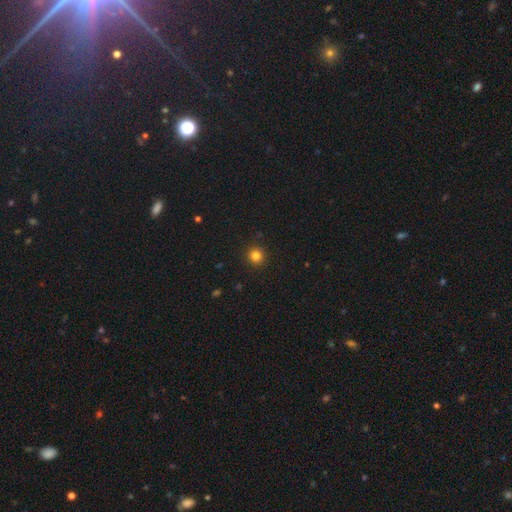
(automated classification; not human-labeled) Overall: smooth (82%). How rounded: round (95%). Merging: none (93%).